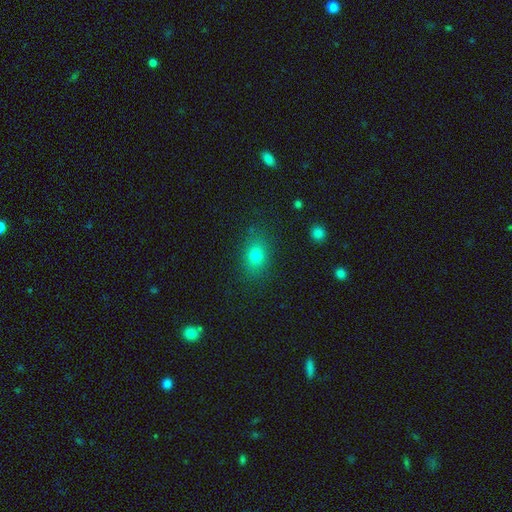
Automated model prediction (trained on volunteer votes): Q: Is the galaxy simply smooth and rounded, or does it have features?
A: smooth — 76%.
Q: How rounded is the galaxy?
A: in between — 67%.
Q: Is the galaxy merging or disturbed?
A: none — 83%.